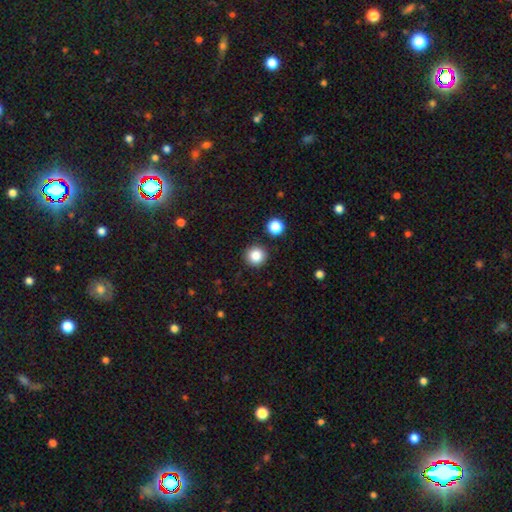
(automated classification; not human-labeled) This is clearly a smooth galaxy (85%). How rounded: clearly round (95%). Merging: clearly none (90%).